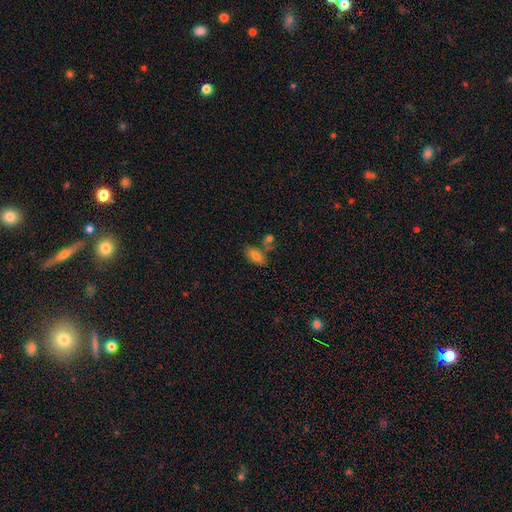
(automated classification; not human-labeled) smooth-or-featured: smooth: 76% | featured or disk: 14% | star or artifact: 9%
  how-rounded: in between: 85% | cigar-shaped: 10% | round: 4%
  merging: none: 56% | merger: 22% | minor disturbance: 16% | major disturbance: 5%